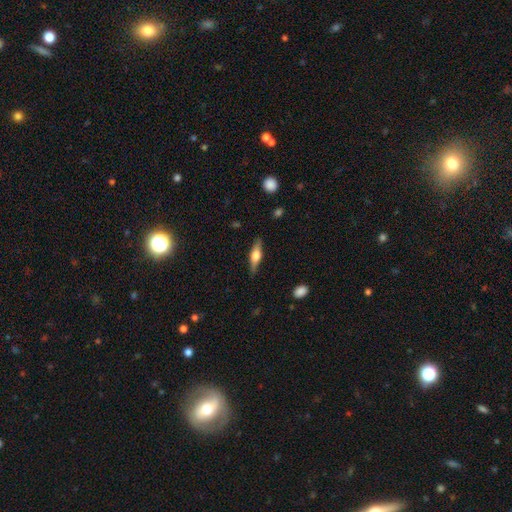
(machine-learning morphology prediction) Smooth or featured? featured or disk (53%)
Edge-on disk? yes (94%)
Merging? none (84%)